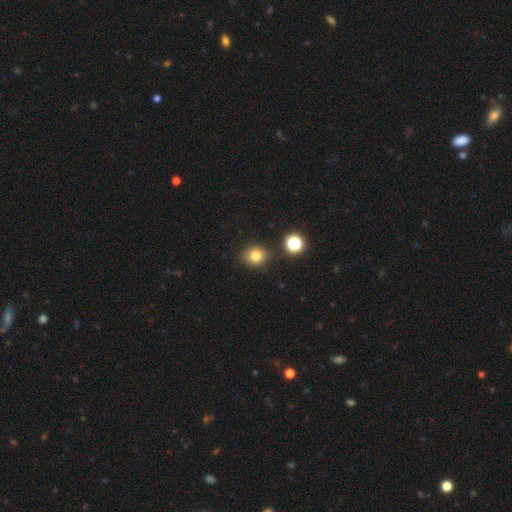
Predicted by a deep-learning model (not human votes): Smooth or featured? smooth (78%)
How rounded? round (74%)
Merging? none (84%)